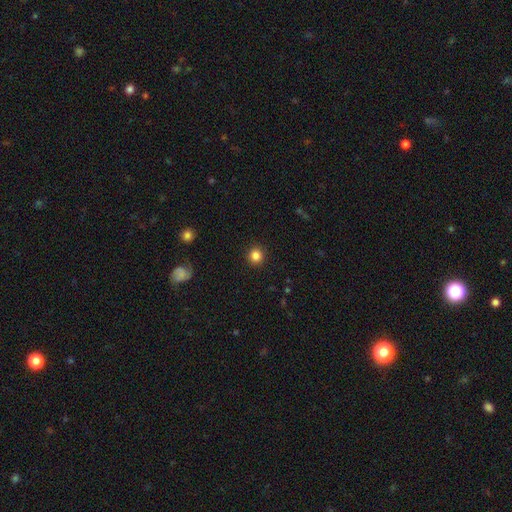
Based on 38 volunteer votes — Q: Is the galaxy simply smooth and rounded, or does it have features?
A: smooth — 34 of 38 (89%).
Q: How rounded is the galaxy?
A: round — 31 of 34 (91%).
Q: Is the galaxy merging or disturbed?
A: none — 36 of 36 (100%).